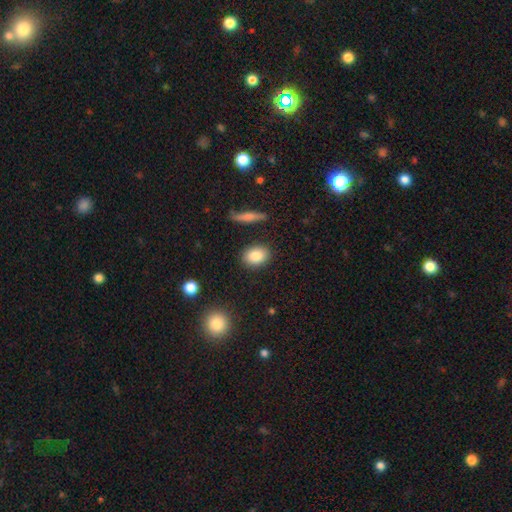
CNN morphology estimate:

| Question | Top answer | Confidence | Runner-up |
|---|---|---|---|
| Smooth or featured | smooth | 85% | star or artifact (8%) |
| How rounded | in between | 71% | round (27%) |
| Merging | none | 87% | minor disturbance (9%) |